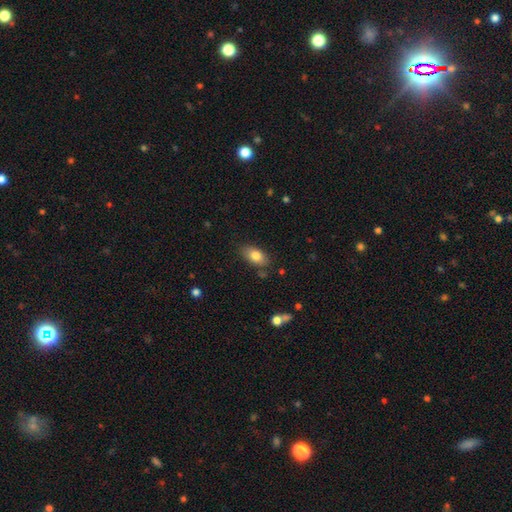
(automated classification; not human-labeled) Smooth or featured? smooth (81%)
How rounded? in between (90%)
Merging? none (80%)